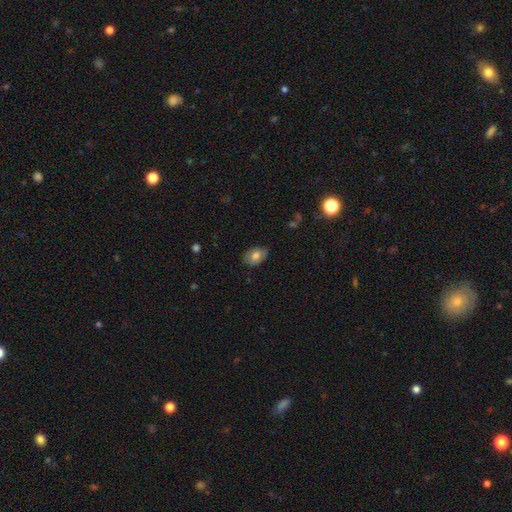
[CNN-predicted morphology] Overall: smooth (79%). How rounded: in between (81%). Merging: none (79%).